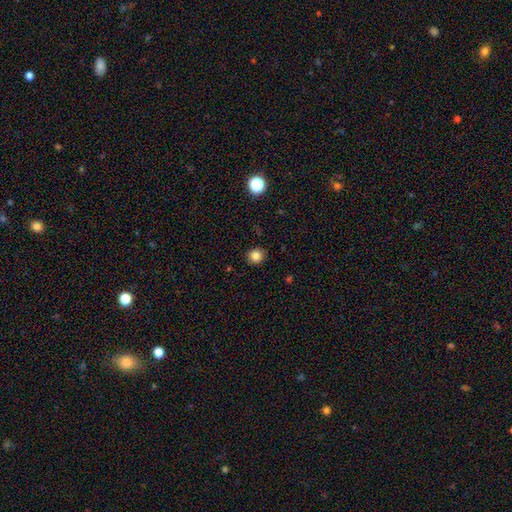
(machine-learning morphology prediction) Smooth or featured?
  - smooth: 82% *
  - star or artifact: 12%
  - featured or disk: 6%
How rounded?
  - round: 88% *
  - in between: 11%
  - cigar-shaped: 1%
Merging?
  - none: 89% *
  - minor disturbance: 7%
  - major disturbance: 2%
  - merger: 1%